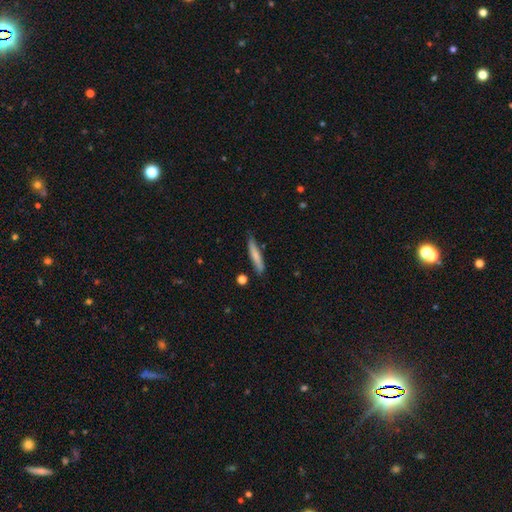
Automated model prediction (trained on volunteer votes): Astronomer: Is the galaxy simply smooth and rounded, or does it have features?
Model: smooth — 73%.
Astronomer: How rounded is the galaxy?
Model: cigar-shaped — 90%.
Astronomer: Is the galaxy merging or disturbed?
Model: none — 78%.